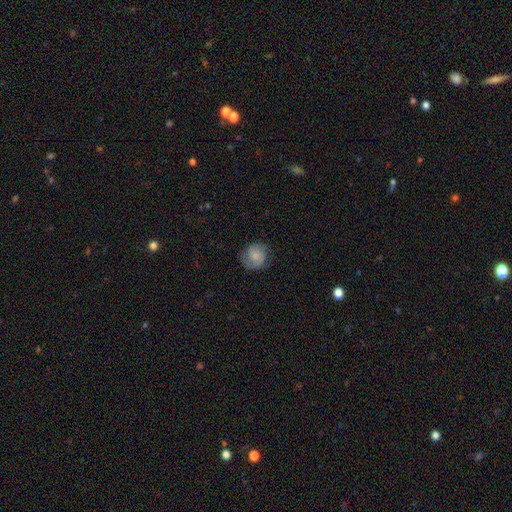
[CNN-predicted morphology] Smooth or featured? smooth (49%)
Merging? none (77%)